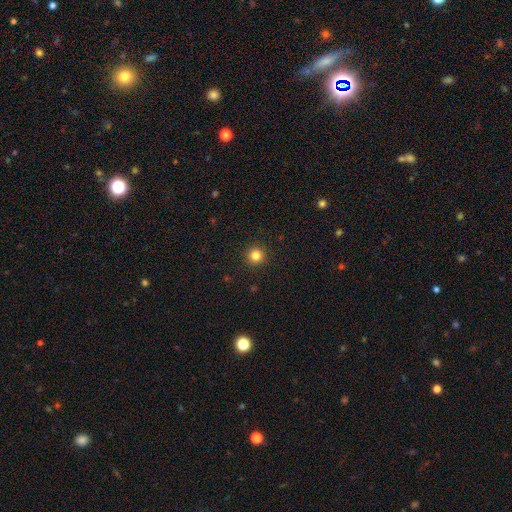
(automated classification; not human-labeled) Smooth or featured: smooth — 83% (star or artifact — 12%)
How rounded: round — 95% (in between — 4%)
Merging: none — 92% (minor disturbance — 5%)